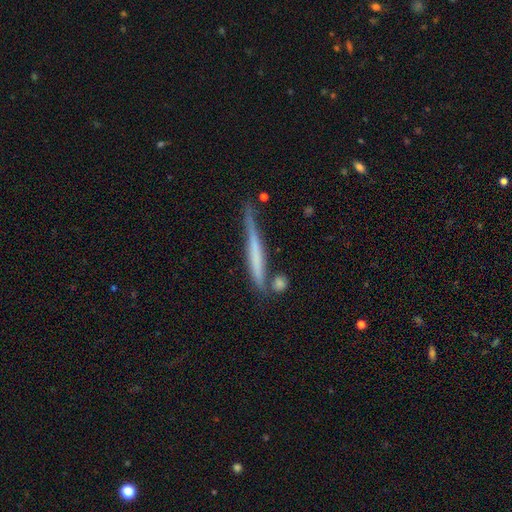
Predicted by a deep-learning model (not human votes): Smooth or featured? featured or disk (49%)
Merging? none (65%)